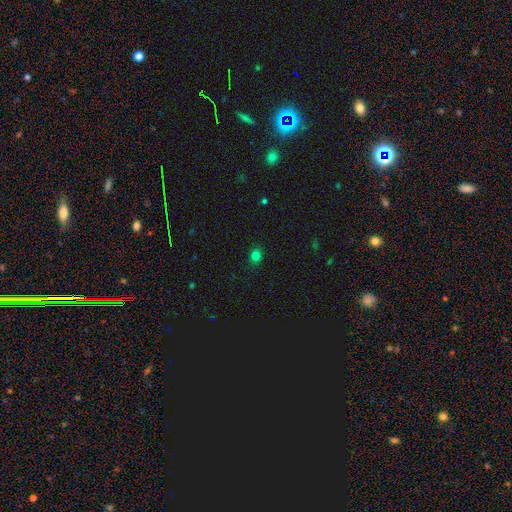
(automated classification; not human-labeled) A smooth galaxy with no disk features (79%) that is round (69%).

Vote fractions:
- Smooth or featured? smooth: 79% / star or artifact: 17% / featured or disk: 5%
- How rounded? round: 69% / in between: 30% / cigar-shaped: 1%
- Merging? none: 88% / minor disturbance: 9% / major disturbance: 2% / merger: 1%